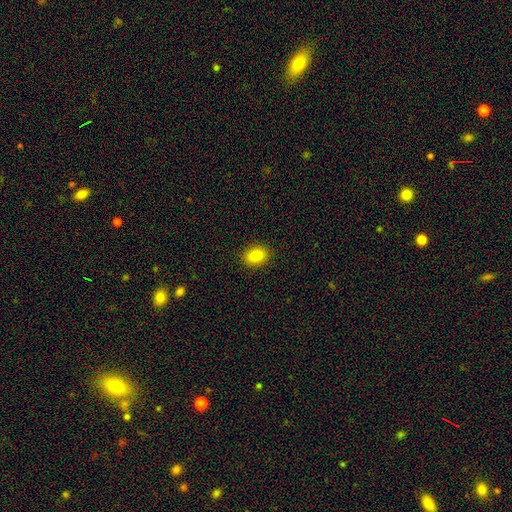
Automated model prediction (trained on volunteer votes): smooth_or_featured: smooth (p=0.84) [alt: star or artifact p=0.09]
how_rounded: in between (p=0.70) [alt: round p=0.29]
merging: none (p=0.90) [alt: minor disturbance p=0.07]